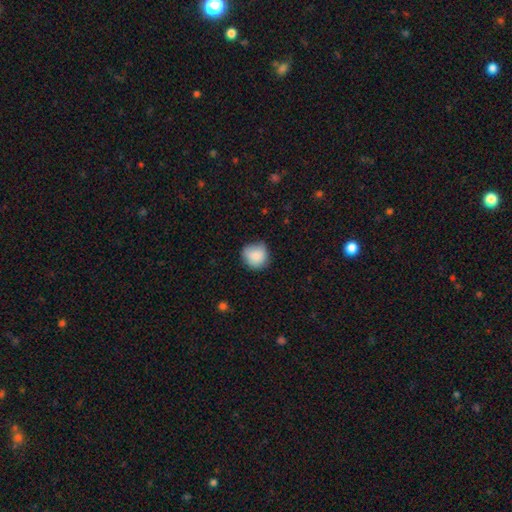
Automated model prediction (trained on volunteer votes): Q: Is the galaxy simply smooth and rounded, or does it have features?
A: smooth — 86%.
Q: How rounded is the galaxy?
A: round — 89%.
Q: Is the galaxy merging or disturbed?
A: none — 70%.